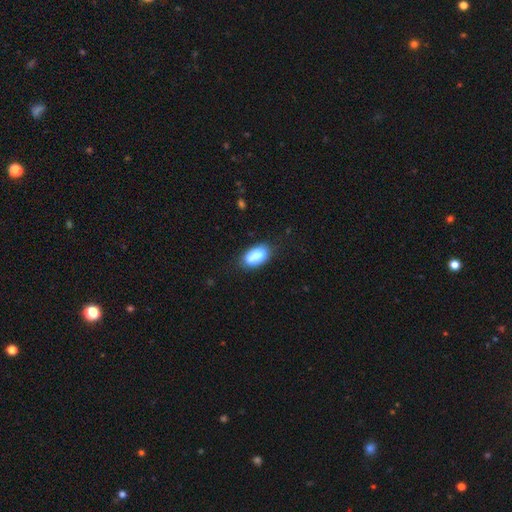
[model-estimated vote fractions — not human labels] This appears to be a smooth galaxy with no disk features (73%) that is in between round and cigar-shaped (87%). Merging: none (50%).